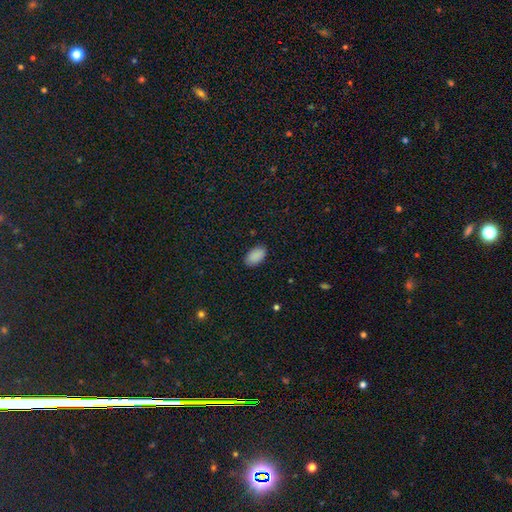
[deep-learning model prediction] This appears to be a smooth galaxy with no disk features (89%) that is in between round and cigar-shaped (94%). Merging: none (87%).